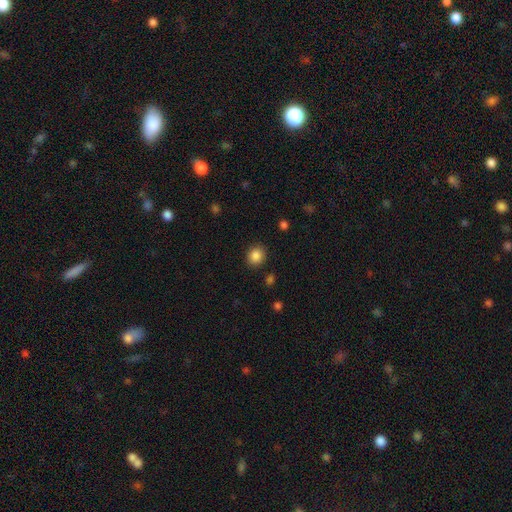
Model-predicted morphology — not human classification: type=smooth (86%); roundness=round (79%); merging=none (88%).